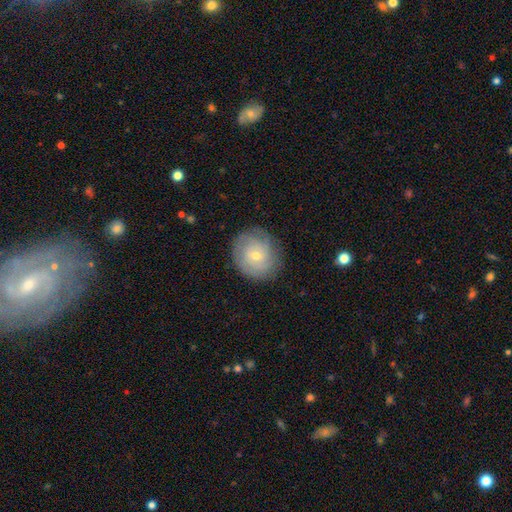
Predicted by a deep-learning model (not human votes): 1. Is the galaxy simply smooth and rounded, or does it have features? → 61% featured or disk, 30% smooth, 8% star or artifact.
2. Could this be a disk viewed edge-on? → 97% no, 3% yes.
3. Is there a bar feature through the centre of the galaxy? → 77% no, 20% weak, 3% strong.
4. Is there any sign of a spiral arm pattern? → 85% yes, 15% no.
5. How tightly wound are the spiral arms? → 71% tight, 22% medium, 6% loose.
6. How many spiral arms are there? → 46% can't tell, 18% 2, 16% 3, 9% 4, 5% more than 4, 5% 1.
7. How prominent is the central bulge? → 64% small, 33% moderate, 1% large, 1% none, 1% dominant.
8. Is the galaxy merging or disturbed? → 83% none, 12% minor disturbance, 4% major disturbance, 1% merger.